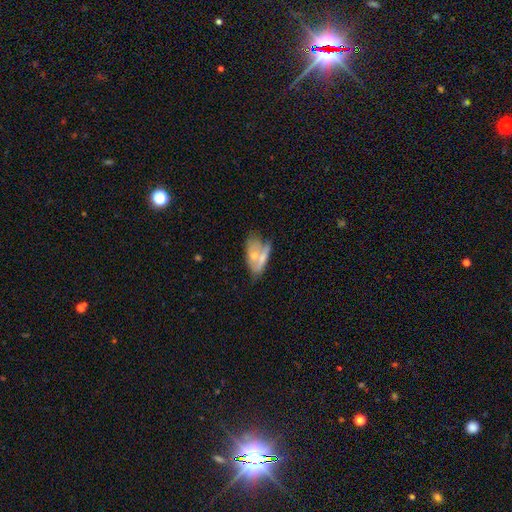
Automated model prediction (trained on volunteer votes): Overall: smooth (52%; featured or disk 41%). How rounded: in between (83%). Merging: merger (39%; none 28%).